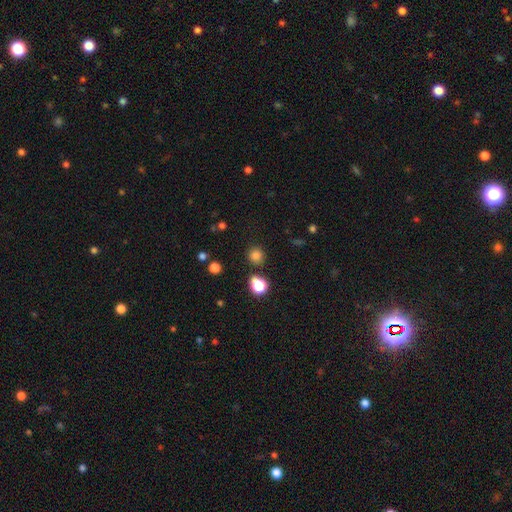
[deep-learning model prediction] A smooth galaxy with no disk features (79%) that is round (91%).

Vote fractions:
- Smooth or featured? smooth: 79% / star or artifact: 17% / featured or disk: 4%
- How rounded? round: 91% / in between: 8% / cigar-shaped: 1%
- Merging? none: 84% / minor disturbance: 9% / merger: 5% / major disturbance: 3%